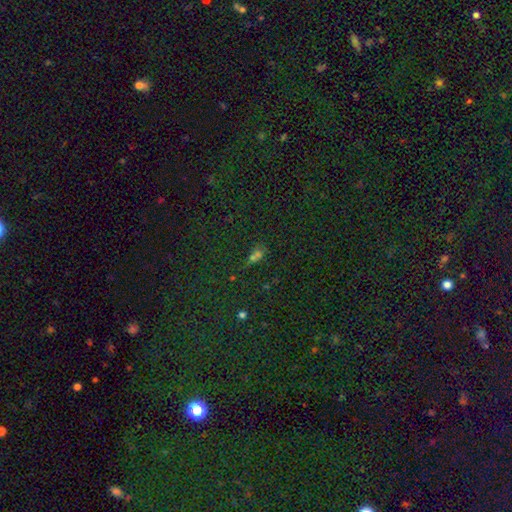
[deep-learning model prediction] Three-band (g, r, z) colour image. It shows a smooth galaxy with no disk features (50%) that is in between round and cigar-shaped (55%). Merging: none (41%).